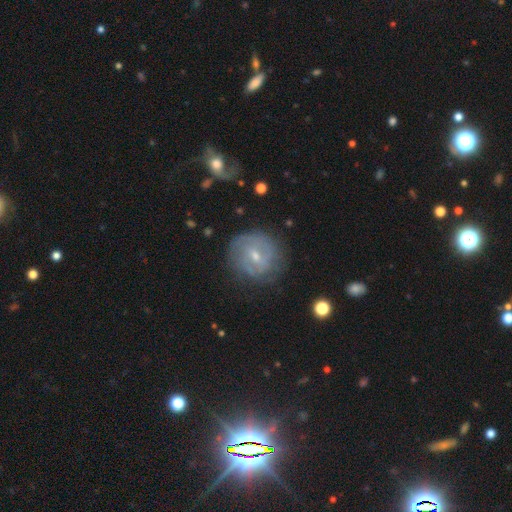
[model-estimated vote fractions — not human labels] A featured or disk galaxy (71%) with a weak bar (54%), tight (56%) spiral arms (83%) and a small central bulge (57%).

Vote fractions:
- Smooth or featured? featured or disk: 71% / smooth: 22% / star or artifact: 7%
- Edge-on disk? no: 96% / yes: 4%
- Bar? weak: 54% / no: 31% / strong: 15%
- Spiral arms? yes: 83% / no: 17%
- Spiral winding? tight: 56% / medium: 31% / loose: 13%
- Spiral arm count? can't tell: 40% / 2: 37% / 3: 11% / 1: 5% / 4: 4% / more than 4: 3%
- Bulge size? small: 57% / moderate: 39% / none: 2% / large: 1% / dominant: 1%
- Merging? none: 72% / minor disturbance: 18% / major disturbance: 8% / merger: 2%